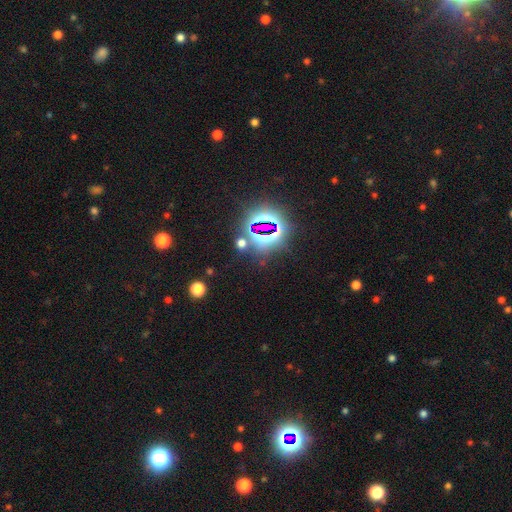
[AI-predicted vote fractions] smooth-or-featured: star or artifact: 83% | smooth: 10% | featured or disk: 7%